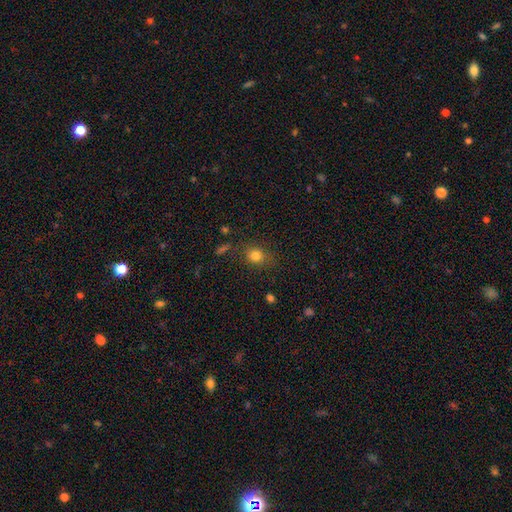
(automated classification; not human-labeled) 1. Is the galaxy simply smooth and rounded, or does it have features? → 79% smooth, 13% star or artifact, 8% featured or disk.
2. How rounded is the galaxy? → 65% round, 33% in between, 1% cigar-shaped.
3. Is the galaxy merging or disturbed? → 77% none, 15% minor disturbance, 5% major disturbance, 2% merger.